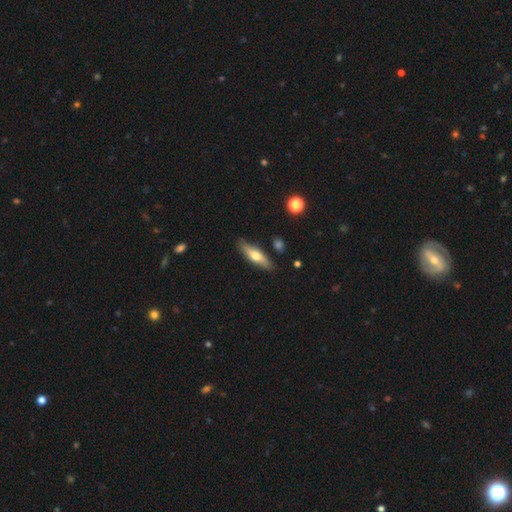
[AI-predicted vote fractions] smooth 59%, featured or disk 35%, star or artifact 6%. Down the decision tree: how rounded — cigar-shaped (58%); merging — none (84%).